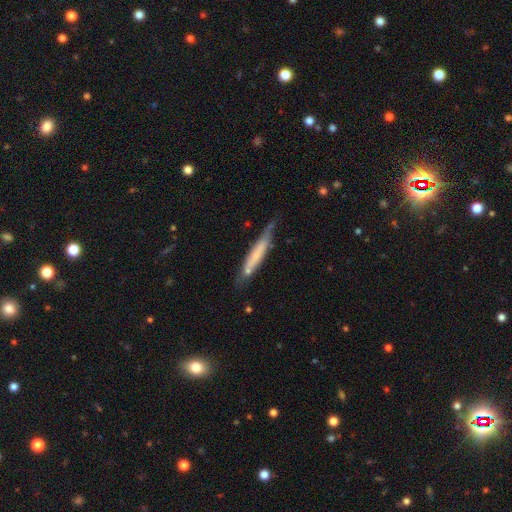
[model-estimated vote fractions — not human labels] Smooth or featured: smooth — 48% (featured or disk — 46%)
Merging: none — 60% (minor disturbance — 27%)